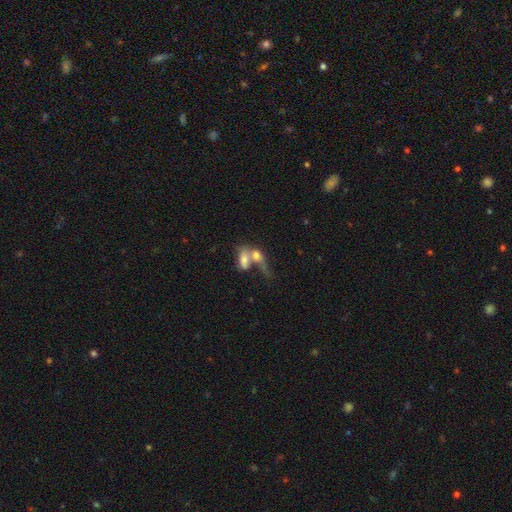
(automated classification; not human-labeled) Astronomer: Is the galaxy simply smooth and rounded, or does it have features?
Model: smooth — 60%.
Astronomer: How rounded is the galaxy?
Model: in between — 72%.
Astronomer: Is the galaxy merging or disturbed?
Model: merger — 69%.